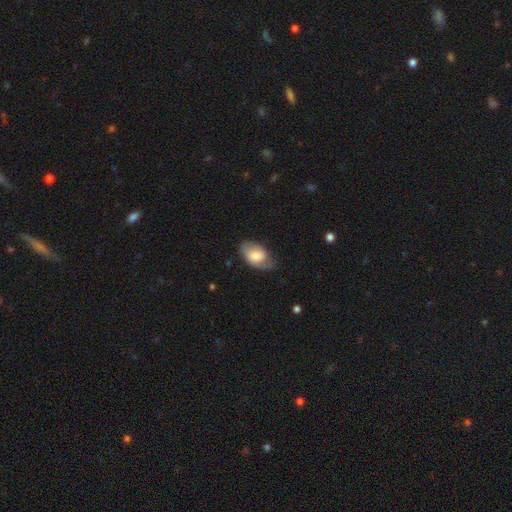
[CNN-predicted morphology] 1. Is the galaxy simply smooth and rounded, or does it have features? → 61% smooth, 33% featured or disk, 7% star or artifact.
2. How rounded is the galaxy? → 91% in between, 8% round, 1% cigar-shaped.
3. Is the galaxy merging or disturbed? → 57% none, 31% minor disturbance, 11% major disturbance, 1% merger.